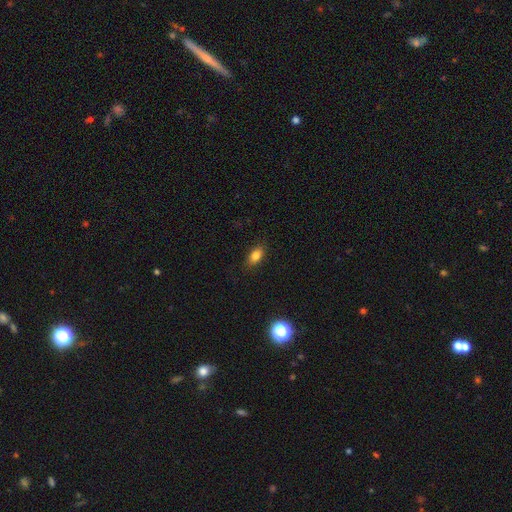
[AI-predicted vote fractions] Smooth or featured? Predicted: smooth (p=0.82). How rounded? Predicted: in between (p=0.86). Merging? Predicted: none (p=0.86).